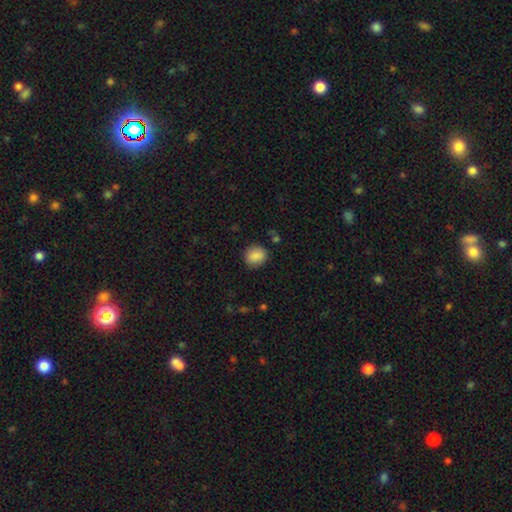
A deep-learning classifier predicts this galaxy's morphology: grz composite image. It shows a smooth galaxy with no disk features (87%) that is round (74%). Merging: none (84%).